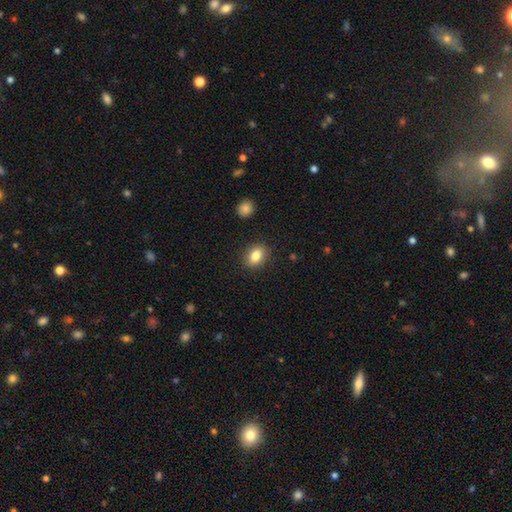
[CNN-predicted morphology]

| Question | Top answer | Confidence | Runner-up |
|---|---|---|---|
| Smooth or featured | smooth | 83% | star or artifact (9%) |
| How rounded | in between | 71% | round (28%) |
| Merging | none | 87% | minor disturbance (9%) |